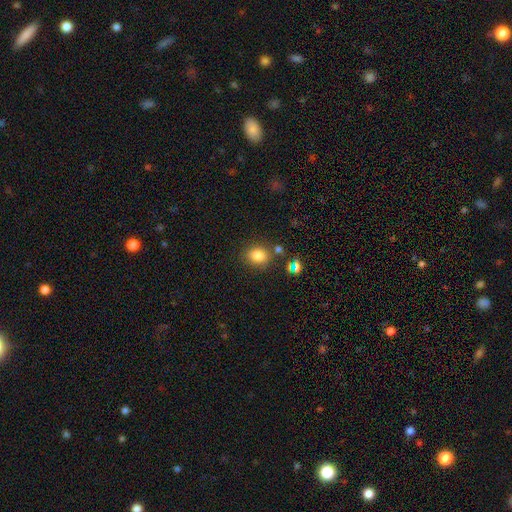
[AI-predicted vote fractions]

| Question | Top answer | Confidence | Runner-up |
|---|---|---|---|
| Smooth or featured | smooth | 81% | star or artifact (13%) |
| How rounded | round | 59% | in between (40%) |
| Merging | none | 79% | minor disturbance (11%) |